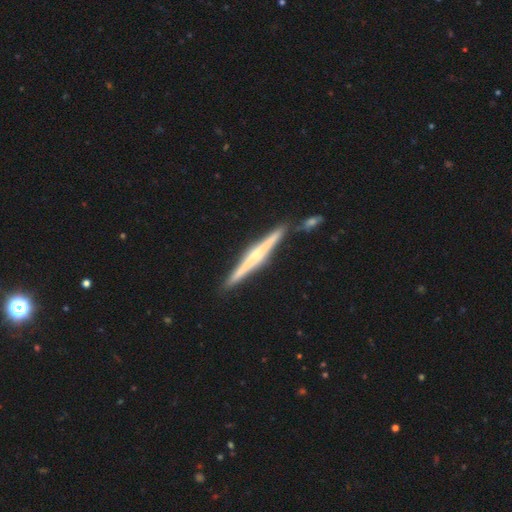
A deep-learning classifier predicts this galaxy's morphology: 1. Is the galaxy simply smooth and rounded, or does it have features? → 76% featured or disk, 18% smooth, 6% star or artifact.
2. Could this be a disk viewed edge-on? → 98% yes, 2% no.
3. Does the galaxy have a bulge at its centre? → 66% rounded, 20% none, 14% boxy.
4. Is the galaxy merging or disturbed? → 83% none, 8% minor disturbance, 7% merger, 2% major disturbance.